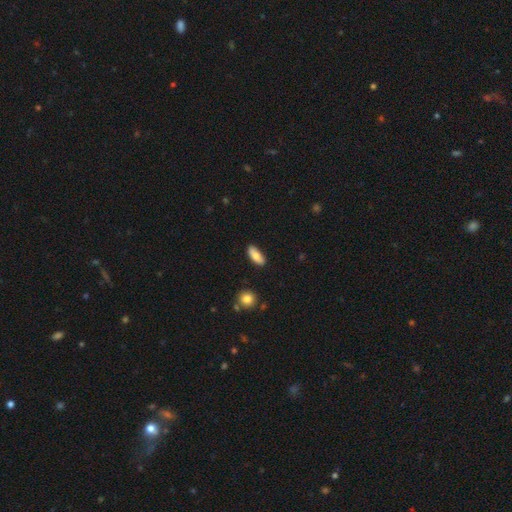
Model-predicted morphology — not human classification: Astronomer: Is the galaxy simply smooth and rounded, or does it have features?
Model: smooth — 81%.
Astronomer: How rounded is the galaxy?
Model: in between — 75%.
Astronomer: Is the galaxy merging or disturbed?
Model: none — 85%.